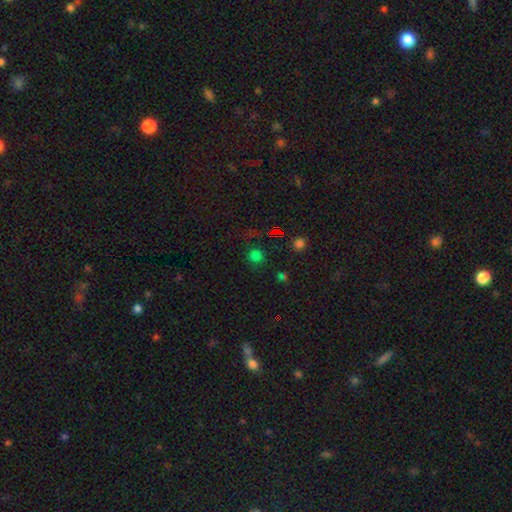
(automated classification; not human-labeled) Smooth or featured: smooth — 61% (star or artifact — 34%)
How rounded: round — 88% (in between — 11%)
Merging: none — 77% (minor disturbance — 13%)